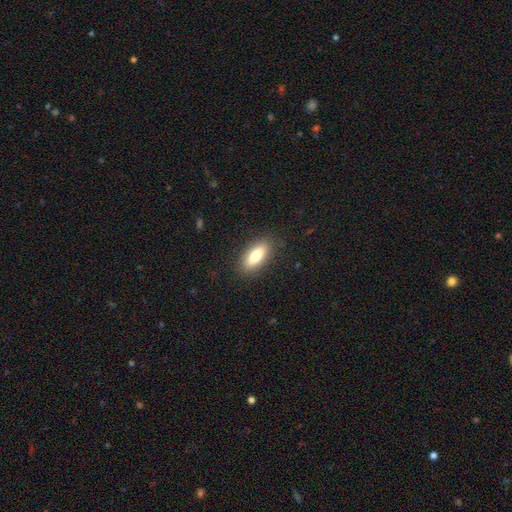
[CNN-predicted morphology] The model was most divided on "how rounded": in between: 76%, cigar-shaped: 22%, round: 2%. More confident: merging — none (87%); smooth or featured — smooth (80%).